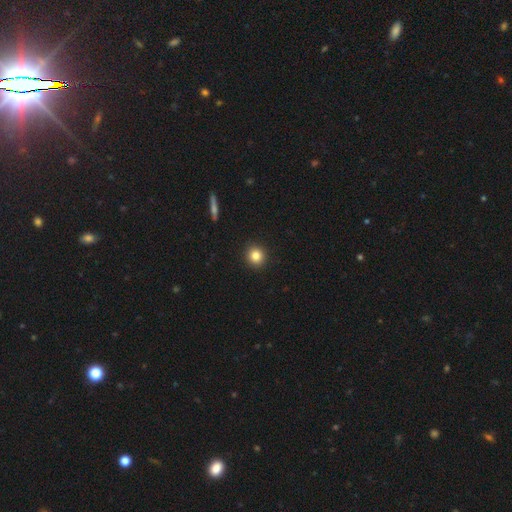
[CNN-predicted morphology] smooth-or-featured: smooth: 83% | star or artifact: 11% | featured or disk: 6%
  how-rounded: round: 92% | in between: 7% | cigar-shaped: 1%
  merging: none: 93% | minor disturbance: 5% | major disturbance: 2% | merger: 1%